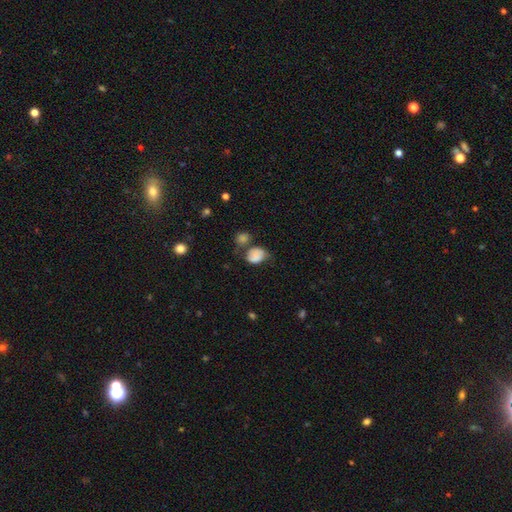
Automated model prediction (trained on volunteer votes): smooth 80%, featured or disk 10%, star or artifact 9%. Down the decision tree: how rounded — in between (59%); merging — none (40%).